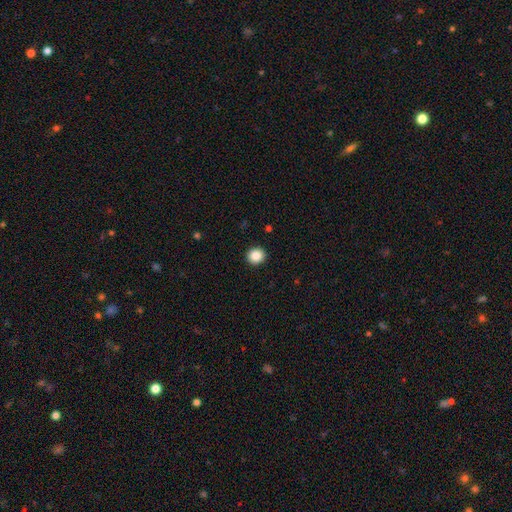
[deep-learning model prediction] Smooth or featured: smooth — 87% (star or artifact — 10%)
How rounded: round — 91% (in between — 8%)
Merging: none — 93% (minor disturbance — 5%)